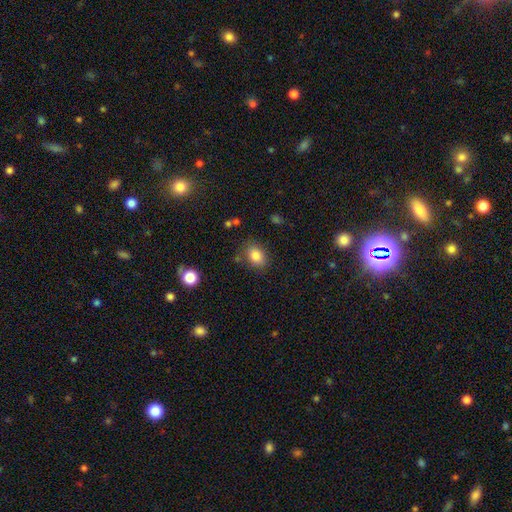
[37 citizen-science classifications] smooth-or-featured: smooth: 89% | featured or disk: 5% | star or artifact: 5%
  how-rounded: in between: 76% | round: 21% | cigar-shaped: 3%
  merging: none: 80% | minor disturbance: 17% | merger: 3% | major disturbance: 0%